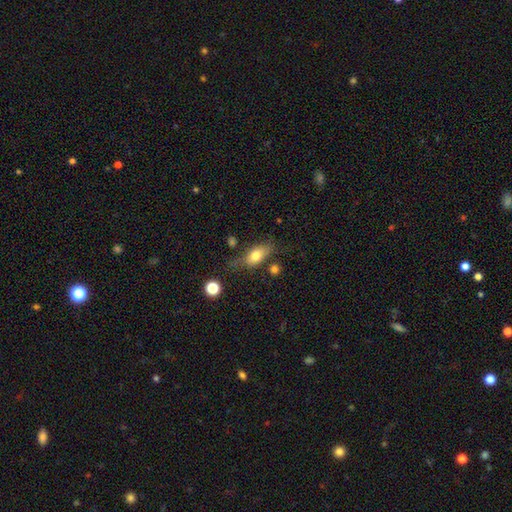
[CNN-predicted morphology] smooth 73%, featured or disk 19%, star or artifact 8%. Down the decision tree: how rounded — in between (81%); merging — none (62%).